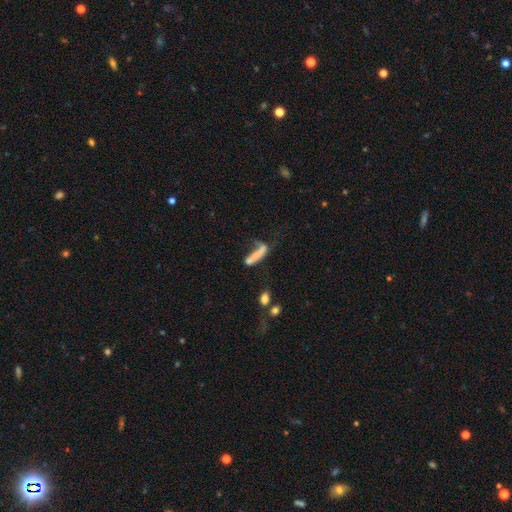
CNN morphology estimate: This appears to be a smooth galaxy with no disk features (58%) that is cigar-shaped (58%). Merging: major disturbance (34%).